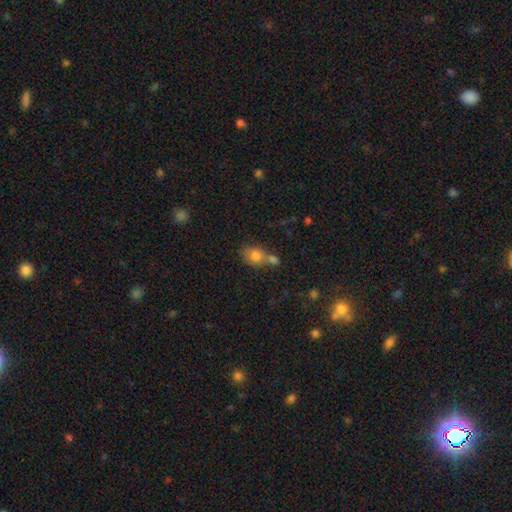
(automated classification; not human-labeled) This appears to be a smooth galaxy with no disk features (80%) that is in between round and cigar-shaped (50%). Merging: none (45%).